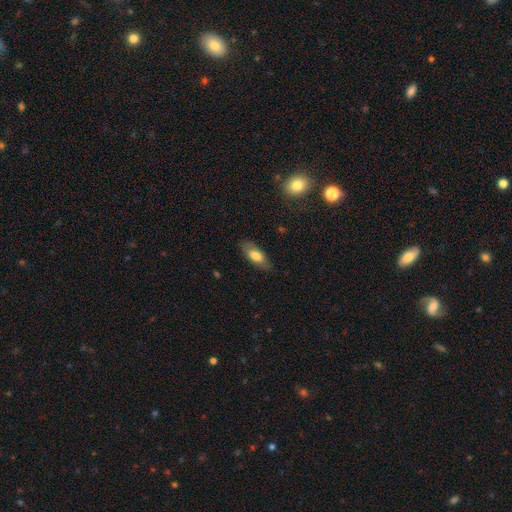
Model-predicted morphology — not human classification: Smooth or featured?
  - smooth: 69% *
  - featured or disk: 24%
  - star or artifact: 7%
How rounded?
  - in between: 78% *
  - cigar-shaped: 19%
  - round: 3%
Merging?
  - none: 81% *
  - minor disturbance: 14%
  - major disturbance: 4%
  - merger: 1%